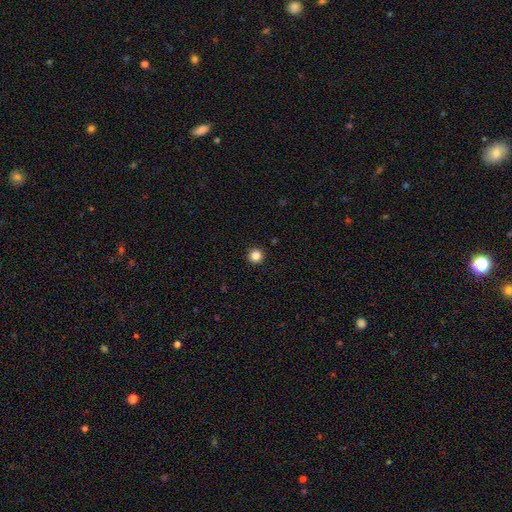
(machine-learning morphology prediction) This appears to be a smooth galaxy with no disk features (84%) that is round (96%). Merging: none (93%).